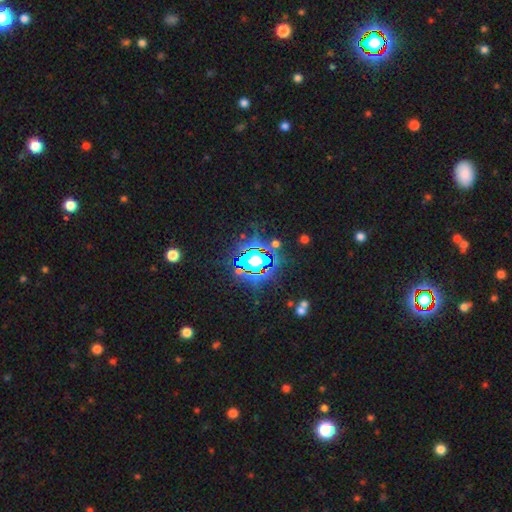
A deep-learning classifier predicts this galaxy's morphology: smooth_or_featured: star or artifact (p=0.80) [alt: smooth p=0.12]